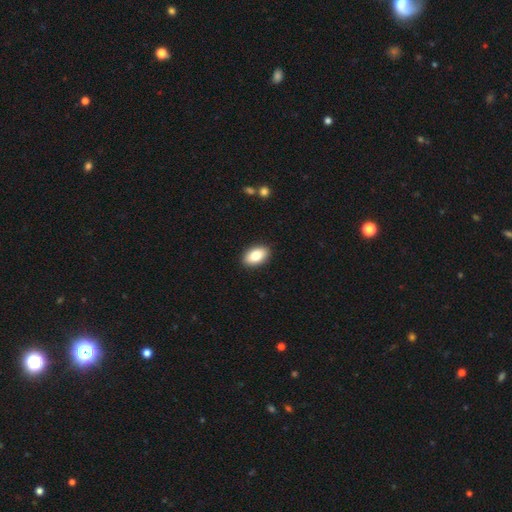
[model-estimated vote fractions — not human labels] smooth-or-featured: smooth: 83% | featured or disk: 10% | star or artifact: 7%
  how-rounded: in between: 92% | round: 6% | cigar-shaped: 2%
  merging: none: 91% | minor disturbance: 6% | major disturbance: 2% | merger: 1%